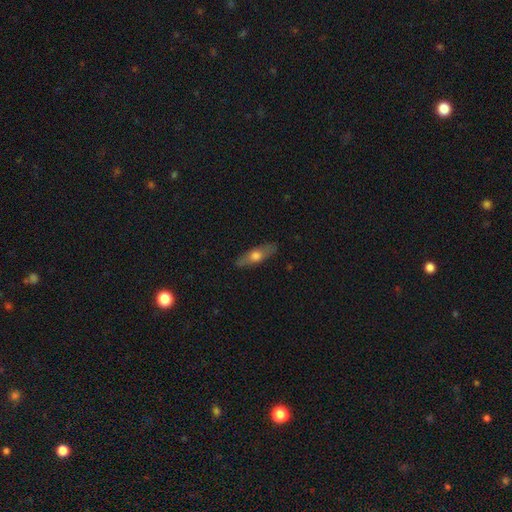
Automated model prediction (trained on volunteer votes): Overall: smooth (51%; featured or disk 43%). How rounded: cigar-shaped (55%; in between 42%). Merging: none (86%).